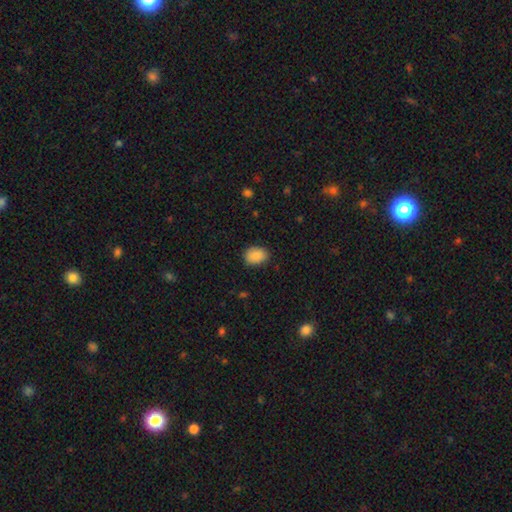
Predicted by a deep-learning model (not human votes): Smooth or featured? smooth (88%)
How rounded? in between (74%)
Merging? none (85%)